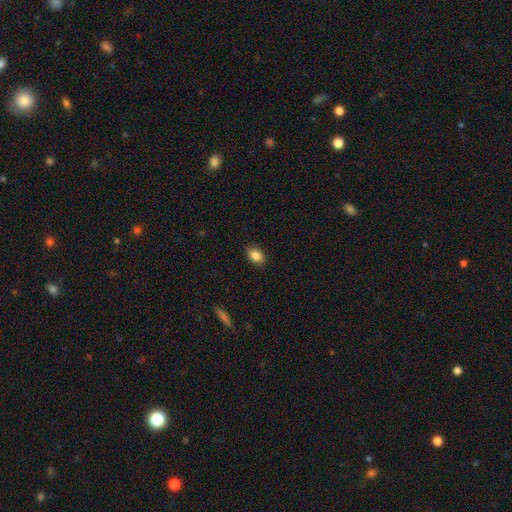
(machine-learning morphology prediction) smooth 85%, star or artifact 9%, featured or disk 6%. Down the decision tree: how rounded — in between (80%); merging — none (88%).